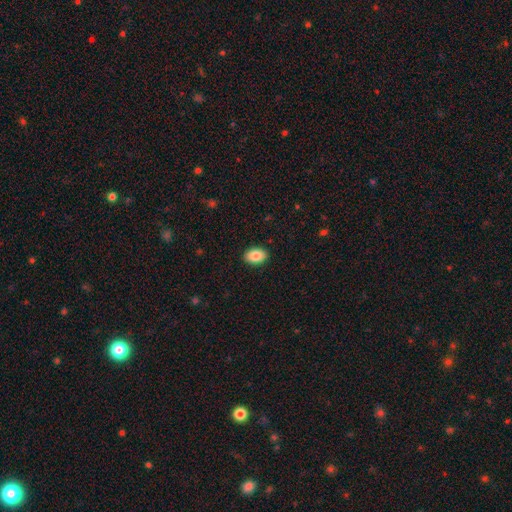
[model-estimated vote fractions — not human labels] A smooth galaxy with no disk features (87%) that is in between round and cigar-shaped (87%). Merging: none (90%).